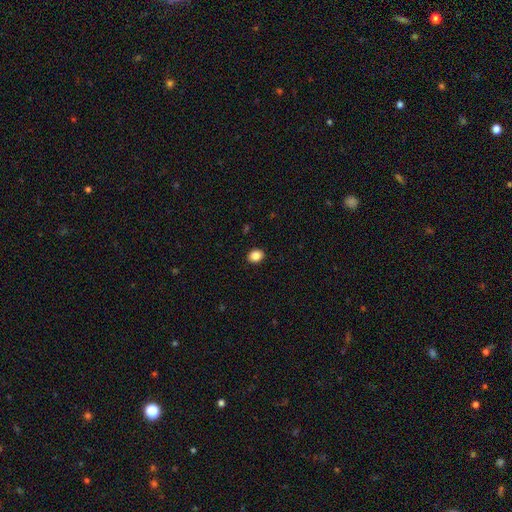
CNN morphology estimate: smooth 86%, star or artifact 9%, featured or disk 4%. Down the decision tree: how rounded — round (51%); merging — none (91%).